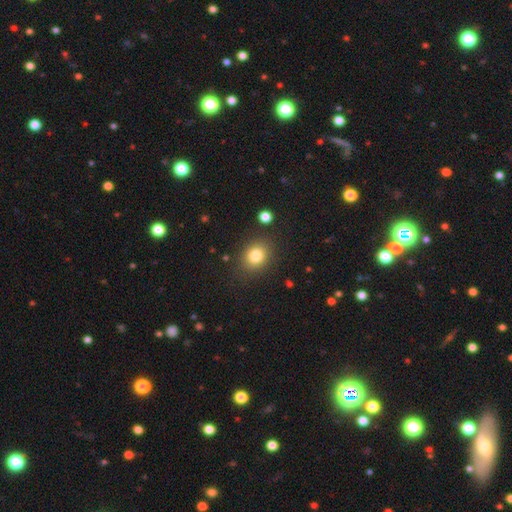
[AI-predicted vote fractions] smooth_or_featured: smooth (p=0.82) [alt: star or artifact p=0.11]
how_rounded: round (p=0.60) [alt: in between p=0.39]
merging: none (p=0.84) [alt: minor disturbance p=0.10]